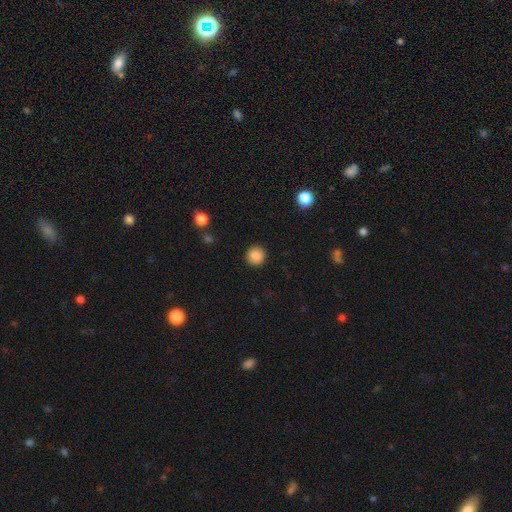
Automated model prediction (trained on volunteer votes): Smooth or featured?
  - smooth: 86% *
  - star or artifact: 9%
  - featured or disk: 4%
How rounded?
  - round: 91% *
  - in between: 8%
  - cigar-shaped: 1%
Merging?
  - none: 91% *
  - minor disturbance: 6%
  - major disturbance: 2%
  - merger: 1%